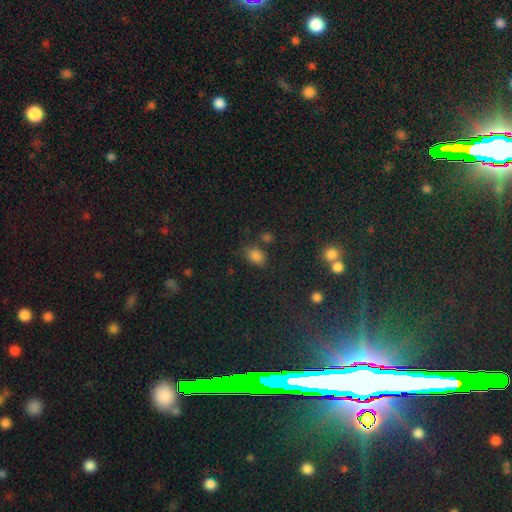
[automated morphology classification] smooth_or_featured: smooth (p=0.76) [alt: star or artifact p=0.18]
how_rounded: in between (p=0.72) [alt: round p=0.26]
merging: none (p=0.65) [alt: minor disturbance p=0.18]